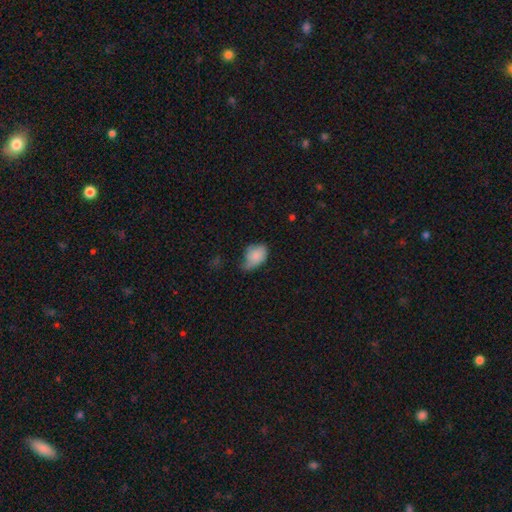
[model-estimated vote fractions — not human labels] Smooth or featured: smooth — 80% (featured or disk — 12%)
How rounded: in between — 77% (round — 22%)
Merging: minor disturbance — 48% (none — 30%)